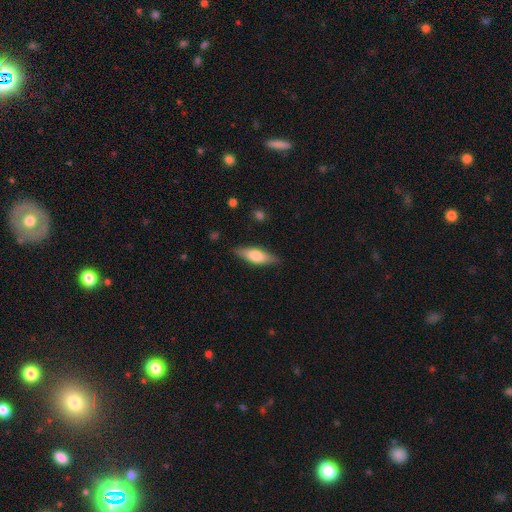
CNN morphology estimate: This appears to be a smooth galaxy with no disk features (62%) that is in between round and cigar-shaped (52%). Merging: none (84%).